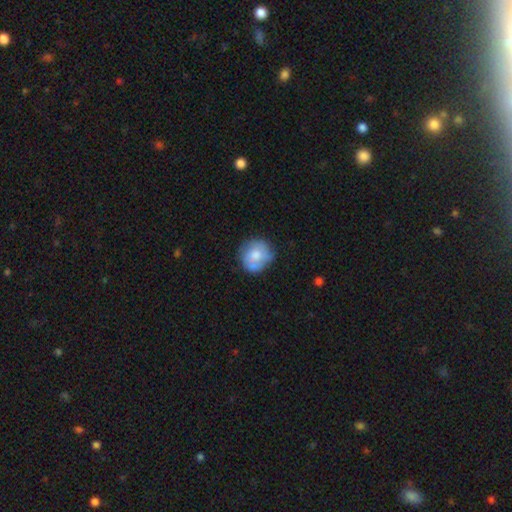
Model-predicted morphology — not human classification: Overall: smooth (63%; featured or disk 30%). How rounded: round (87%). Merging: none (66%).